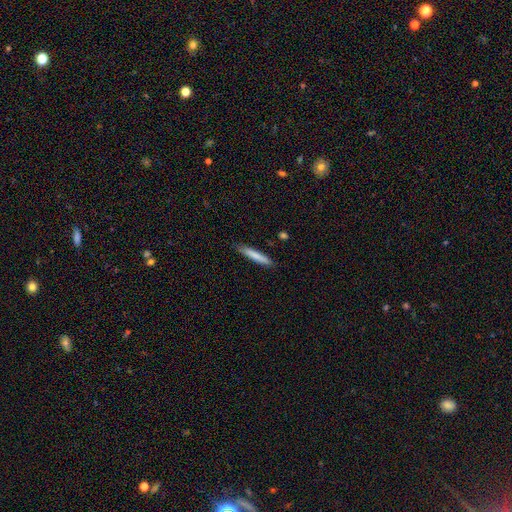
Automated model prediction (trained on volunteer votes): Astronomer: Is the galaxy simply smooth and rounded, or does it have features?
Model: smooth — 79%.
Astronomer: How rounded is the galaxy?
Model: cigar-shaped — 93%.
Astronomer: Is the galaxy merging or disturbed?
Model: none — 85%.